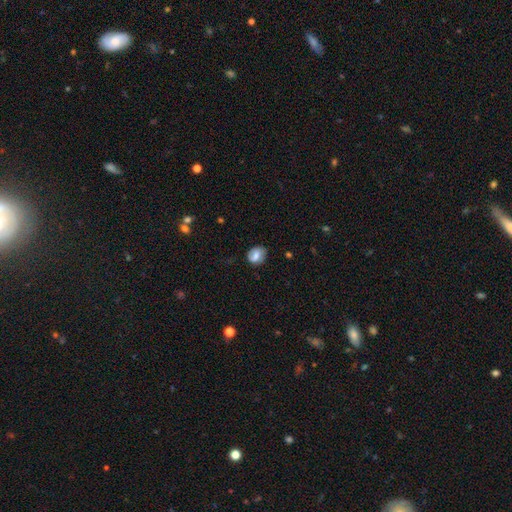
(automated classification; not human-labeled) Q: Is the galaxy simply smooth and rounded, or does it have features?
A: smooth — 66%.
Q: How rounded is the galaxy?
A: round — 50%.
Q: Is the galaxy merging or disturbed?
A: none — 73%.